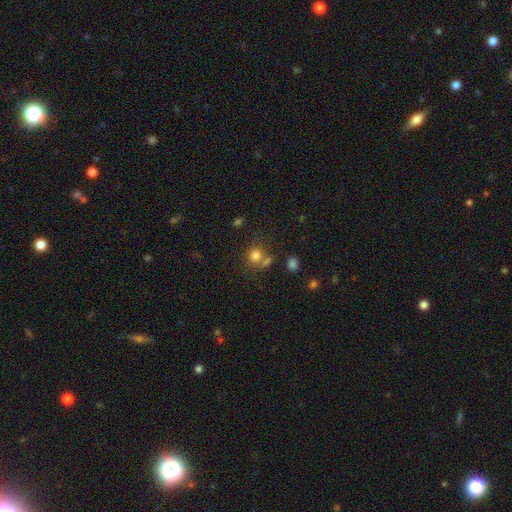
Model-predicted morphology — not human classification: smooth 77%, star or artifact 14%, featured or disk 8%. Down the decision tree: how rounded — round (82%); merging — none (60%).